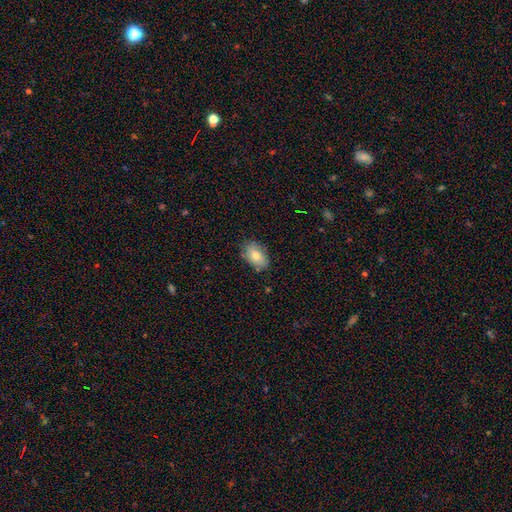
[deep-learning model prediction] Smooth or featured? smooth (77%)
How rounded? in between (89%)
Merging? none (82%)